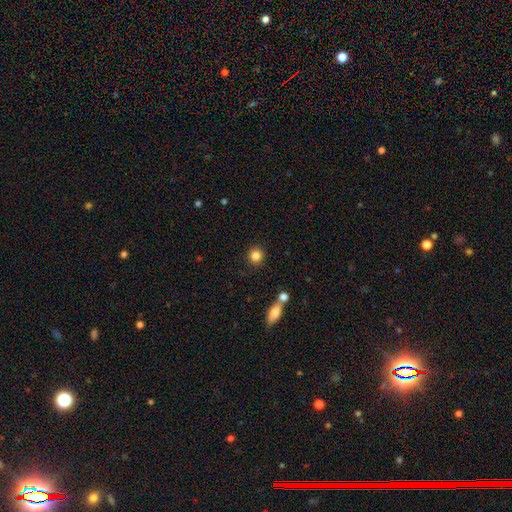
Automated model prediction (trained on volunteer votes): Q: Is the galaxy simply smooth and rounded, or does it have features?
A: smooth — 85%.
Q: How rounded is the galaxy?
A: round — 91%.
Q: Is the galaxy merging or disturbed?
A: none — 87%.